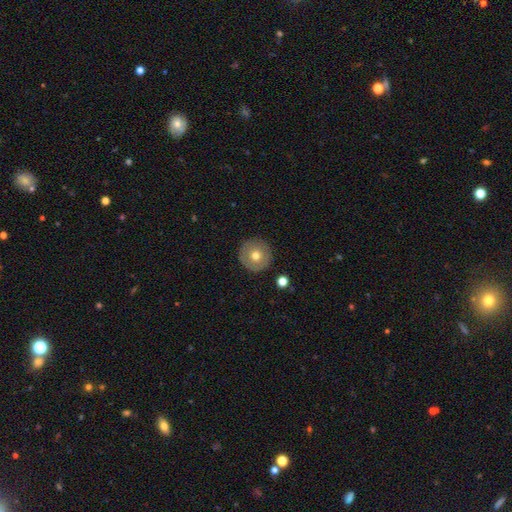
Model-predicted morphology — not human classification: A smooth galaxy with no disk features (64%) that is round (96%). Merging: none (90%).